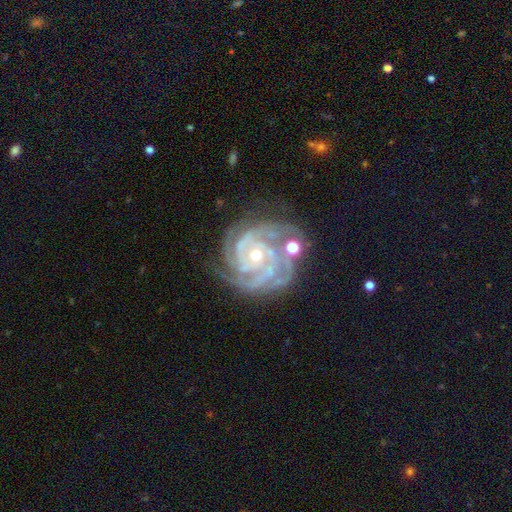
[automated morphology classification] Smooth or featured? Predicted: featured or disk (p=0.91). Edge-on disk? Predicted: no (p=0.98). Bar? Predicted: no (p=0.72). Spiral arms? Predicted: yes (p=0.98). Spiral winding? Predicted: tight (p=0.76). Spiral arm count? Predicted: 3 (p=0.33). Bulge size? Predicted: small (p=0.56). Merging? Predicted: none (p=0.67).